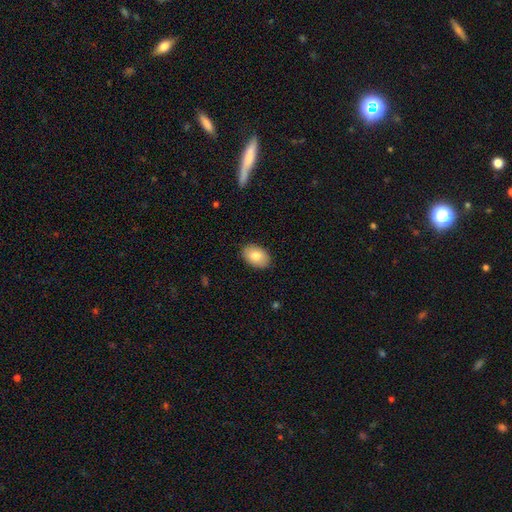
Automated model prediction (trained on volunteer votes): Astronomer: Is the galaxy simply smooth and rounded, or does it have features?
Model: smooth — 81%.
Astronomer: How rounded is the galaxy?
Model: in between — 89%.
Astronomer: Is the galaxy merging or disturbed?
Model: none — 88%.